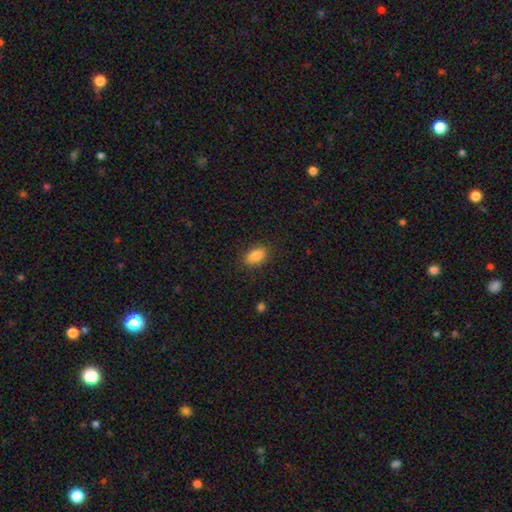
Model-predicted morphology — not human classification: smooth-or-featured: smooth: 87% | star or artifact: 8% | featured or disk: 5%
  how-rounded: in between: 89% | round: 7% | cigar-shaped: 4%
  merging: none: 87% | minor disturbance: 9% | major disturbance: 3% | merger: 1%